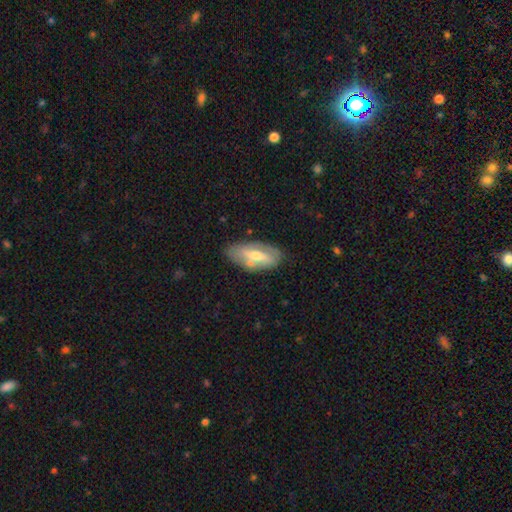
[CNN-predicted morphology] Smooth or featured? Predicted: featured or disk (p=0.51). Edge-on disk? Predicted: no (p=0.77). Merging? Predicted: none (p=0.72).